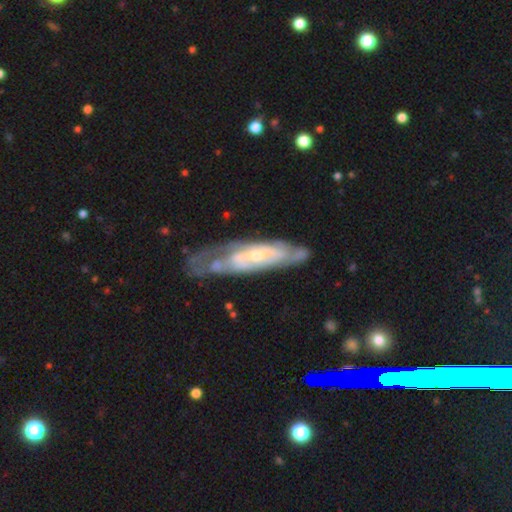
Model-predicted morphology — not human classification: This appears to be a featured or disk galaxy (79%) with no bar (59%), tight (60%) spiral arms (80%) and a small central bulge (61%). Merging: none (56%).